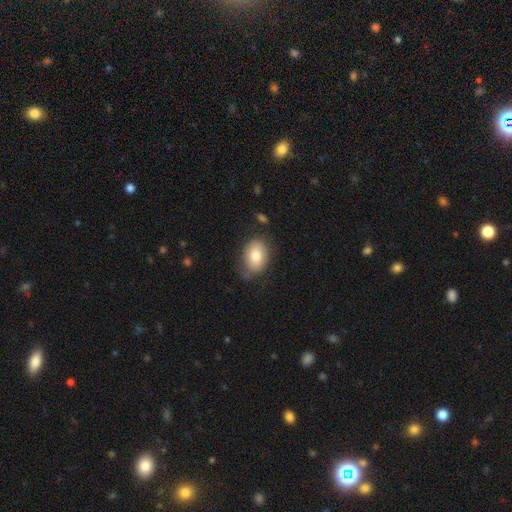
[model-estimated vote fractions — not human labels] Q: Smooth or featured?
A: smooth (80%); runner-up: featured or disk (13%)
Q: How rounded?
A: in between (81%); runner-up: round (18%)
Q: Merging?
A: none (71%); runner-up: minor disturbance (21%)